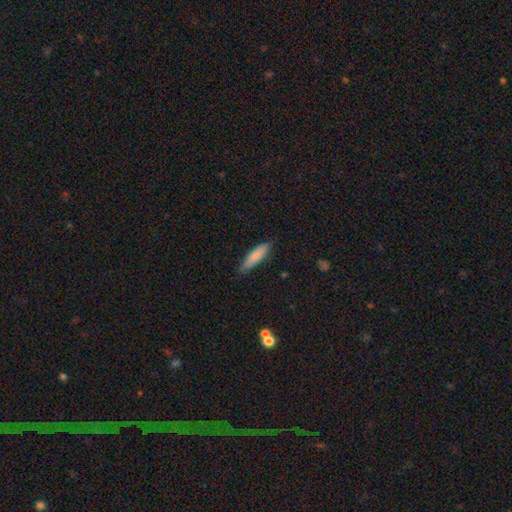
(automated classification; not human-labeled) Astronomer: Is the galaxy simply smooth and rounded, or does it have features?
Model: smooth — 81%.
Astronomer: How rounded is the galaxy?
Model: cigar-shaped — 72%.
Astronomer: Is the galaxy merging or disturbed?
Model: none — 83%.